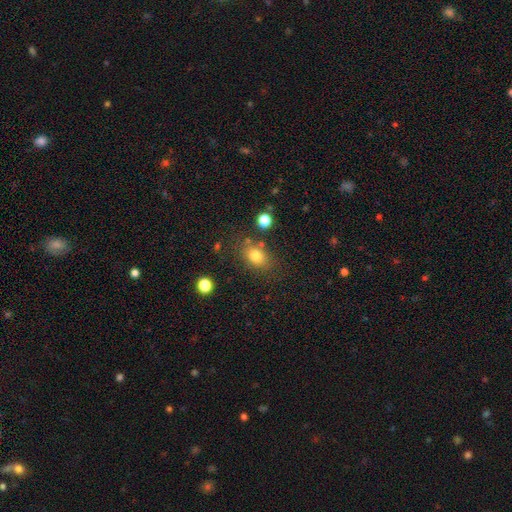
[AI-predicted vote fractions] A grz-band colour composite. It shows a smooth galaxy with no disk features (78%) that is in between round and cigar-shaped (64%). Merging: none (75%).